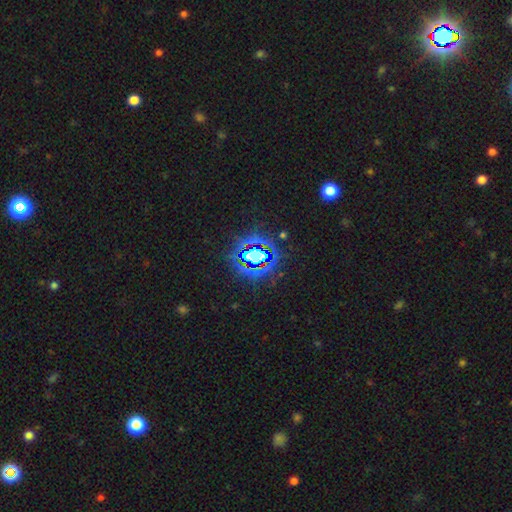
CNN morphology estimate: Overall: star or artifact (76%).